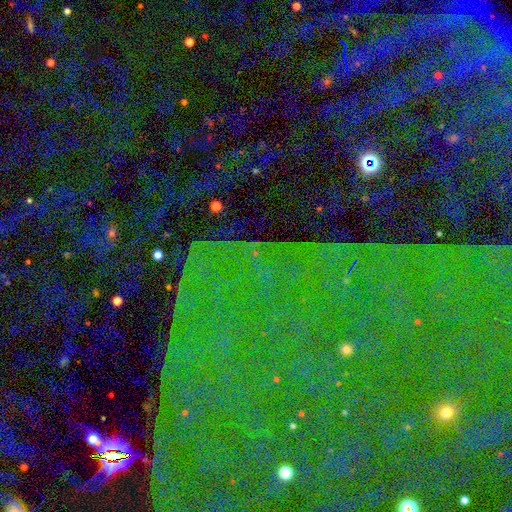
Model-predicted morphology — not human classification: Smooth or featured? star or artifact (85%)